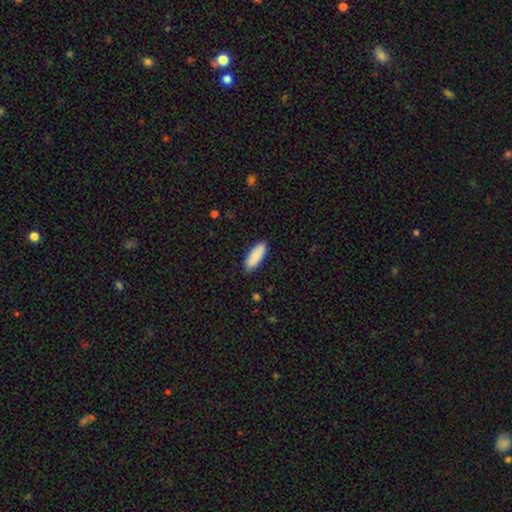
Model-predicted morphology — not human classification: smooth 90%, star or artifact 6%, featured or disk 4%. Down the decision tree: how rounded — in between (74%); merging — none (88%).